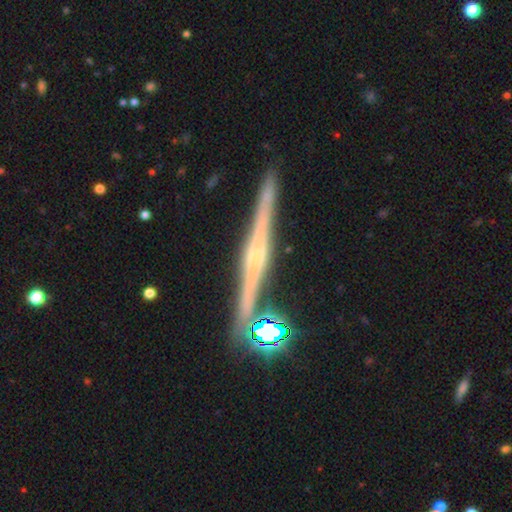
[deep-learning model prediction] This is clearly a featured or disk galaxy (82%). It is clearly viewed edge-on (98%). Edge-on bulge: likely rounded (65%). Merging: clearly none (89%).